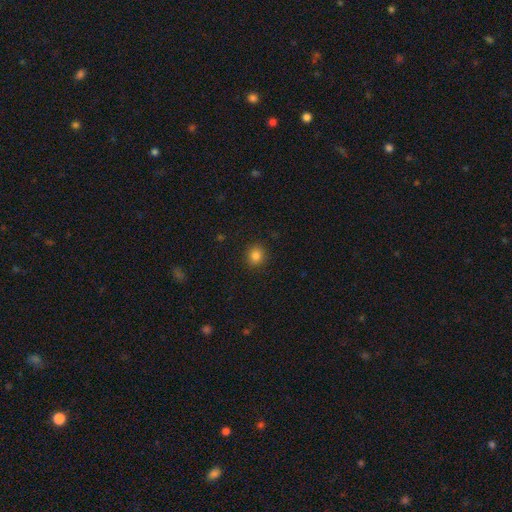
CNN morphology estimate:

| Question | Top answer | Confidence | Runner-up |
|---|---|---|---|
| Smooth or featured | smooth | 84% | star or artifact (12%) |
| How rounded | round | 84% | in between (15%) |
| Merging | none | 90% | minor disturbance (7%) |